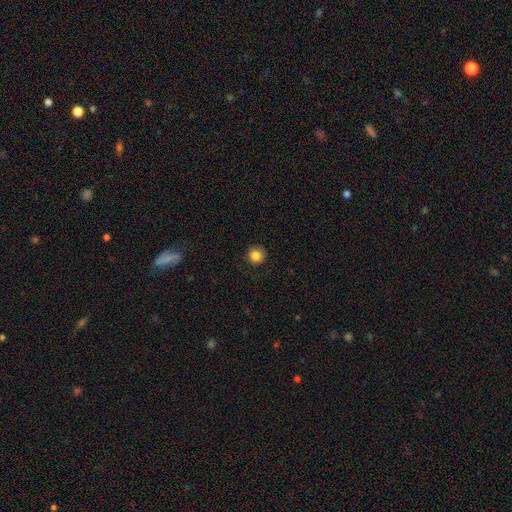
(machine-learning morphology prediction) smooth-or-featured: smooth: 84% | star or artifact: 11% | featured or disk: 5%
  how-rounded: round: 93% | in between: 6% | cigar-shaped: 1%
  merging: none: 87% | minor disturbance: 9% | major disturbance: 3% | merger: 1%